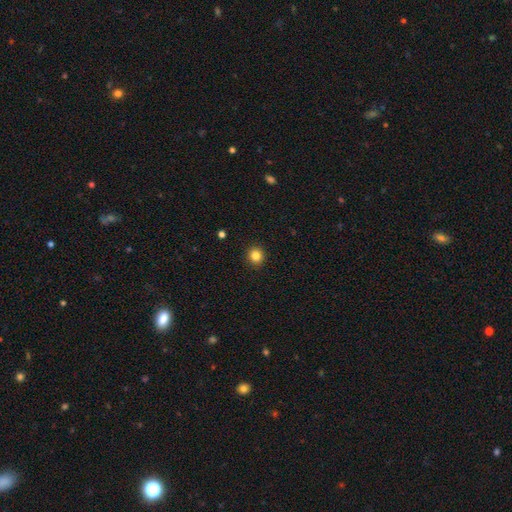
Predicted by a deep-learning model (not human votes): This appears to be a smooth galaxy with no disk features (84%) that is round (91%). Merging: none (93%).